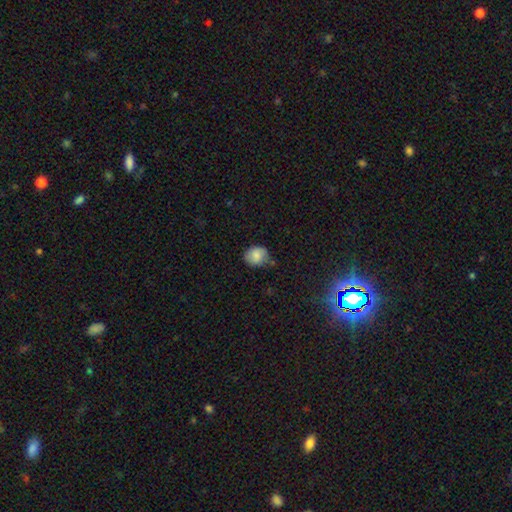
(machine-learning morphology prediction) Smooth or featured: smooth — 77% (featured or disk — 15%)
How rounded: round — 63% (in between — 36%)
Merging: none — 62% (minor disturbance — 28%)